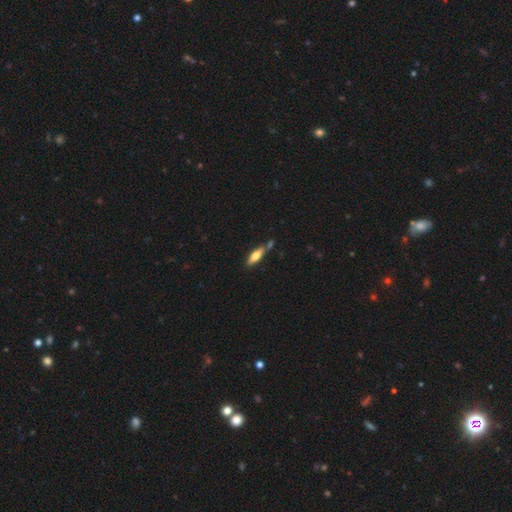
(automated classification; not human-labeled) This is possibly a smooth galaxy (56%). How rounded: possibly cigar-shaped (57%). Merging: likely none (66%).